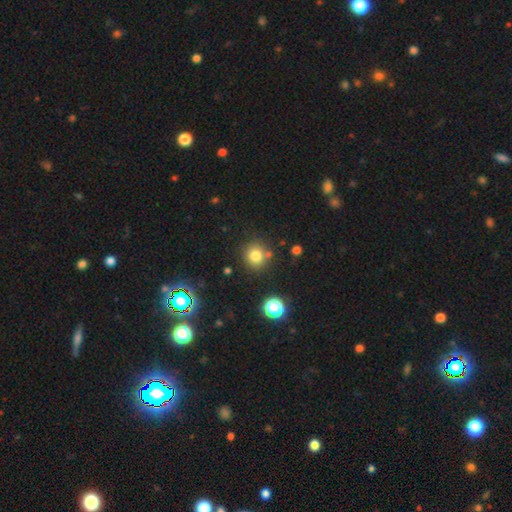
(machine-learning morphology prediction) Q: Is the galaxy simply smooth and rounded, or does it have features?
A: smooth — 78%.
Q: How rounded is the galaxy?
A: round — 89%.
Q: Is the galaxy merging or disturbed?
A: none — 81%.